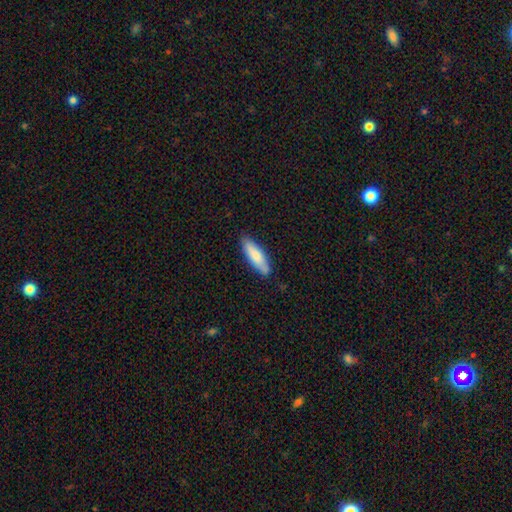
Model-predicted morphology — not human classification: smooth-or-featured: smooth: 81% | featured or disk: 14% | star or artifact: 5%
  how-rounded: cigar-shaped: 57% | in between: 42% | round: 1%
  merging: none: 82% | minor disturbance: 14% | major disturbance: 2% | merger: 2%